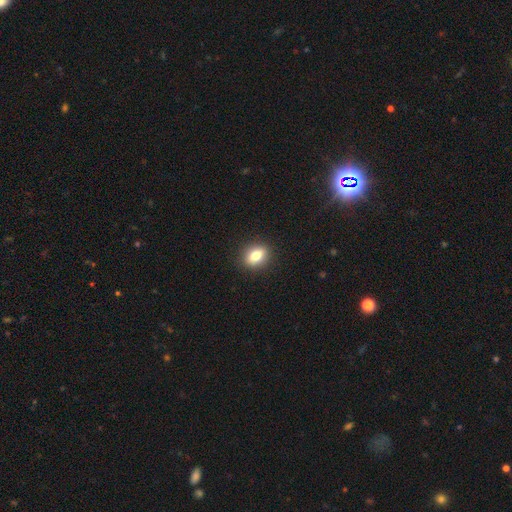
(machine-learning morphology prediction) The model was most divided on "how rounded": in between: 62%, round: 35%, cigar-shaped: 3%. More confident: merging — none (90%); smooth or featured — smooth (78%).